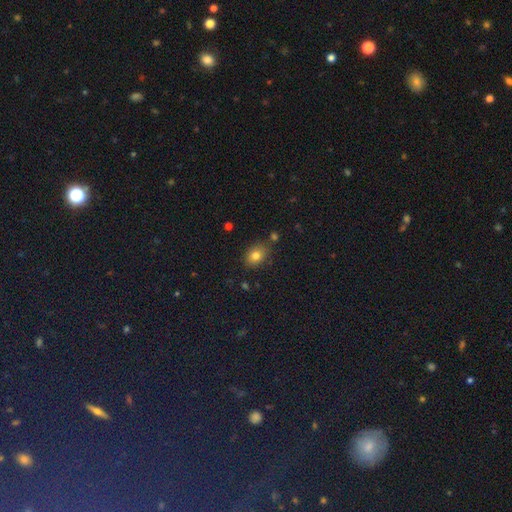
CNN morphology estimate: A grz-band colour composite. It shows a smooth galaxy with no disk features (80%) that is in between round and cigar-shaped (63%). Merging: none (78%).